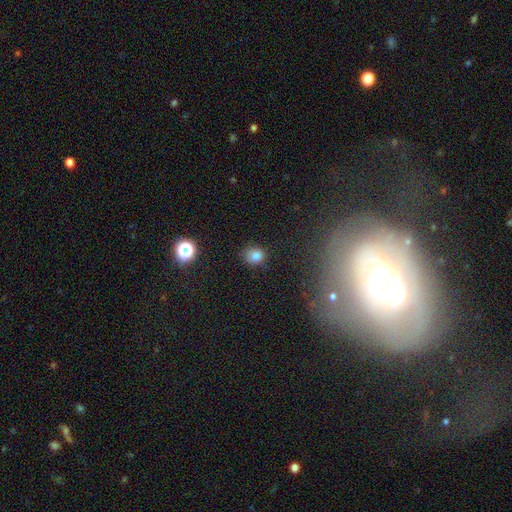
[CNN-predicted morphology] Smooth or featured: smooth — 81% (star or artifact — 14%)
How rounded: round — 79% (in between — 20%)
Merging: none — 79% (minor disturbance — 15%)